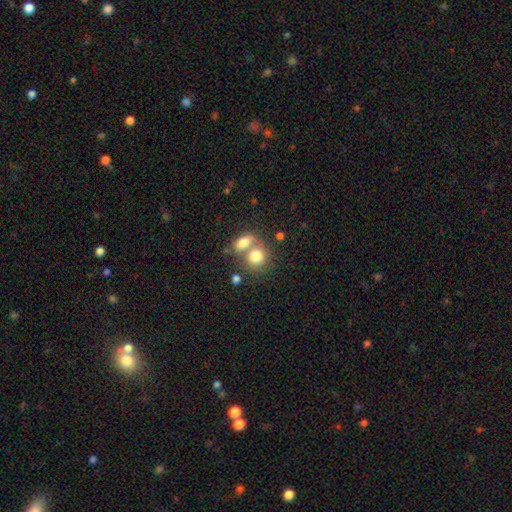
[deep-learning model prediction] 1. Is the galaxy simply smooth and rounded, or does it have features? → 76% smooth, 15% featured or disk, 9% star or artifact.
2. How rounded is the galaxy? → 66% round, 33% in between, 1% cigar-shaped.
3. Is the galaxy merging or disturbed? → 55% merger, 32% none, 8% minor disturbance, 5% major disturbance.